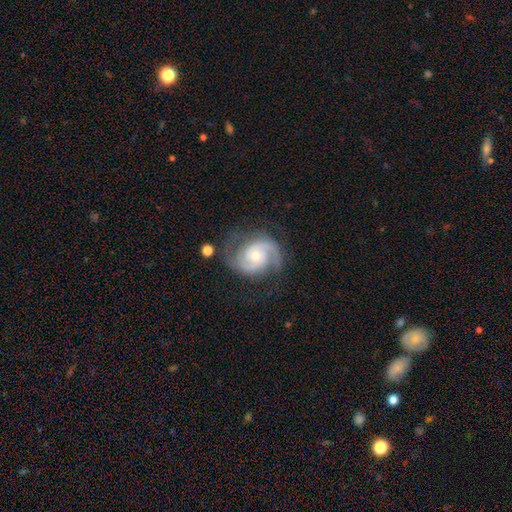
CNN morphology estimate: type=featured or disk (90%); edge-on=no (98%); bar=no (68%); spiral arms=yes (98%); winding=tight (47%); arm count=2 (85%); bulge=moderate (50%); merging=none (72%).